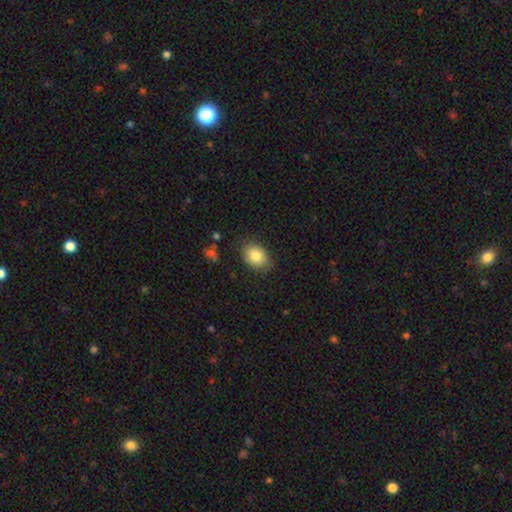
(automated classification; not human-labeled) This is clearly a smooth galaxy (84%). How rounded: likely in between (74%). Merging: clearly none (81%).